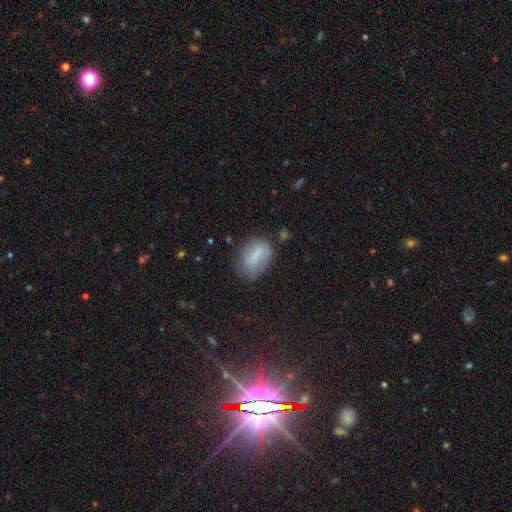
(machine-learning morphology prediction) Smooth or featured: smooth — 70% (featured or disk — 21%)
How rounded: in between — 81% (round — 16%)
Merging: none — 65% (minor disturbance — 23%)